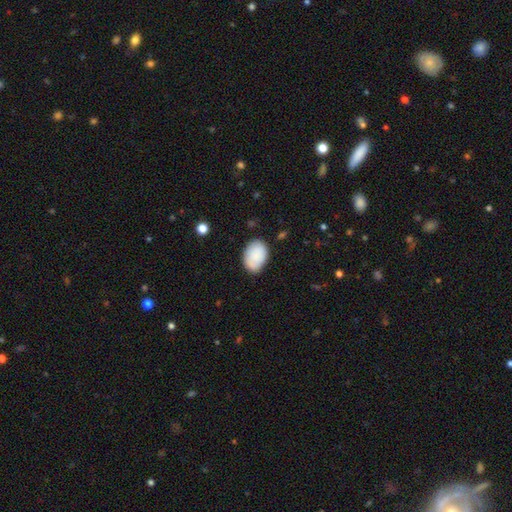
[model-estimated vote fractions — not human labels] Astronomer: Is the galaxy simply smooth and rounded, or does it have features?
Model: smooth — 86%.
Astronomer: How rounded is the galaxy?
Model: in between — 83%.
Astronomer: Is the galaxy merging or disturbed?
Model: none — 77%.